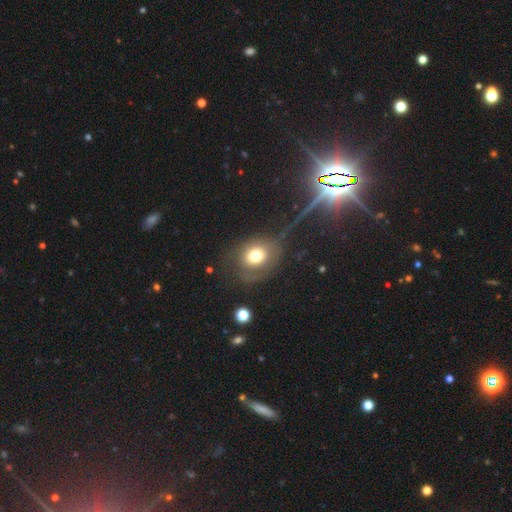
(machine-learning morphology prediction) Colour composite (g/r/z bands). It shows a smooth galaxy with no disk features (69%) that is round (61%). Merging: none (61%).